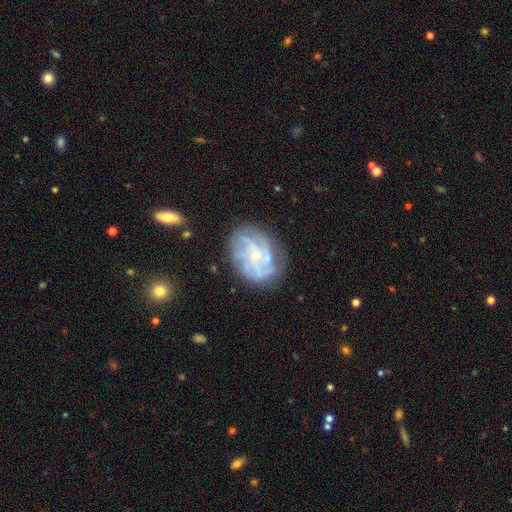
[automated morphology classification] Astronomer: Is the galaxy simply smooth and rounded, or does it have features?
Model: featured or disk — 77%.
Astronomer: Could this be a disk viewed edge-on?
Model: no — 97%.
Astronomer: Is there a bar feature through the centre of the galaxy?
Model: no — 67%.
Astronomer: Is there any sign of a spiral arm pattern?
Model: yes — 90%.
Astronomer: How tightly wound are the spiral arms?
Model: tight — 47% (runner-up: medium, 37%).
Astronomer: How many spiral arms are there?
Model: can't tell — 34% (runner-up: 4, 25%).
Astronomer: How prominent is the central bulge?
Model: small — 72%.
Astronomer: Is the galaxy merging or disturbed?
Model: none — 72%.